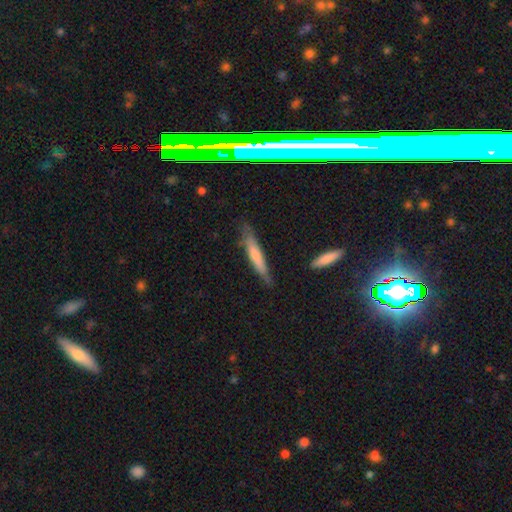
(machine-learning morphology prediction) This is likely a smooth galaxy (66%). How rounded: clearly cigar-shaped (93%). Merging: likely none (74%).